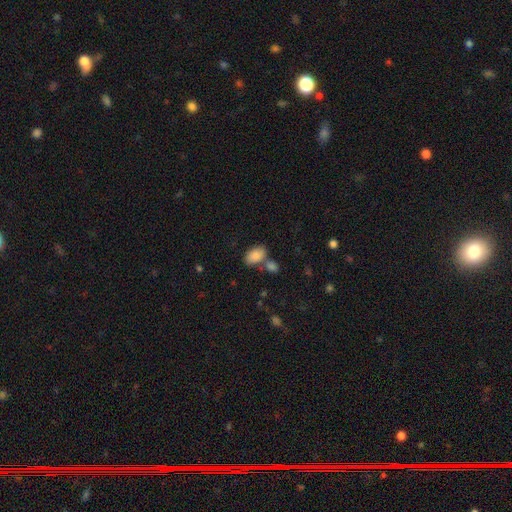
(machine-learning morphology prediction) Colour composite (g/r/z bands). It shows a smooth galaxy with no disk features (87%) that is in between round and cigar-shaped (92%). Merging: none (57%).